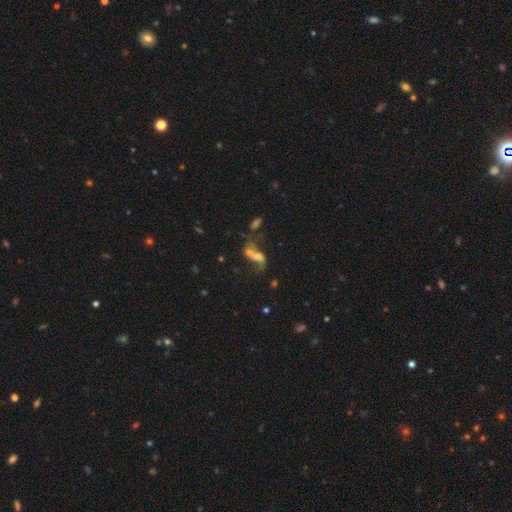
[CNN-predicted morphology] Smooth or featured: featured or disk — 47% (smooth — 38%)
Merging: merger — 57% (none — 19%)